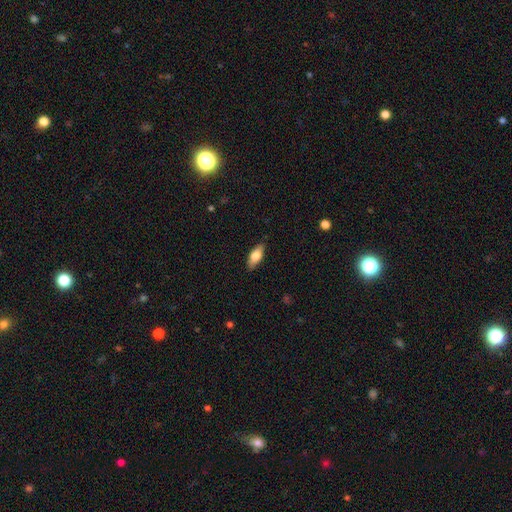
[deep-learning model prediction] The model was most divided on "smooth or featured": smooth: 71%, featured or disk: 23%, star or artifact: 6%. More confident: merging — none (87%); how rounded — in between (75%).